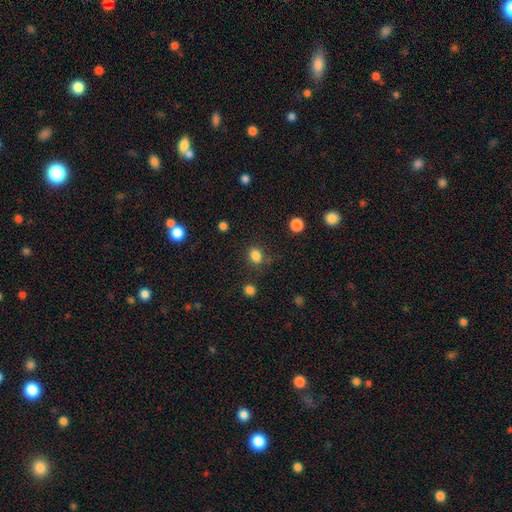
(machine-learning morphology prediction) A smooth galaxy with no disk features (83%) that is round (66%). Merging: none (77%).